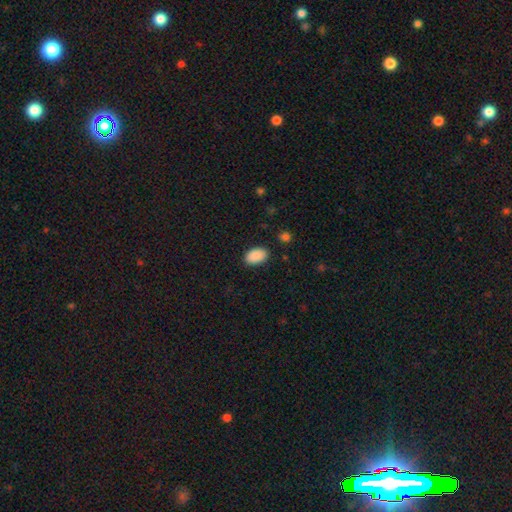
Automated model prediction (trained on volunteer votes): Smooth or featured? Predicted: smooth (p=0.90). How rounded? Predicted: in between (p=0.92). Merging? Predicted: none (p=0.87).